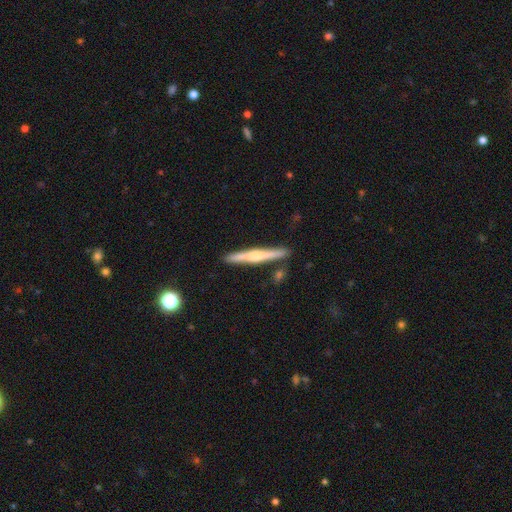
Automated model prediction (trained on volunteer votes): A featured or disk galaxy (62%) viewed edge-on (97%) with a rounded central bulge (78%).

Vote fractions:
- Smooth or featured? featured or disk: 62% / smooth: 32% / star or artifact: 6%
- Edge-on disk? yes: 97% / no: 3%
- Edge-on bulge? rounded: 78% / none: 13% / boxy: 9%
- Merging? none: 87% / minor disturbance: 8% / merger: 3% / major disturbance: 2%